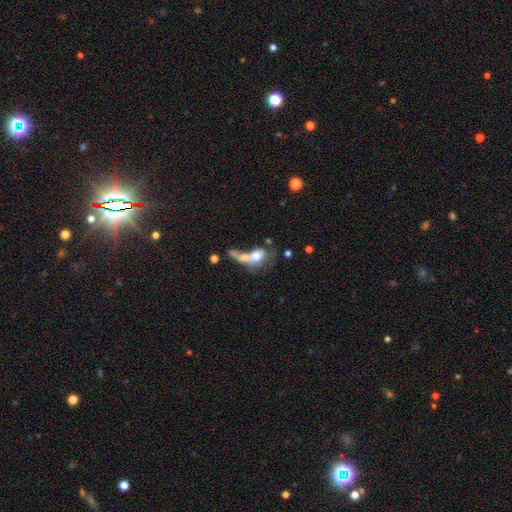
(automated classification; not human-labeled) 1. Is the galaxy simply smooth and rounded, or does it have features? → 59% smooth, 30% featured or disk, 10% star or artifact.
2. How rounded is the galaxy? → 60% in between, 32% round, 8% cigar-shaped.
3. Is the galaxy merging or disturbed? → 62% merger, 17% major disturbance, 13% none, 7% minor disturbance.